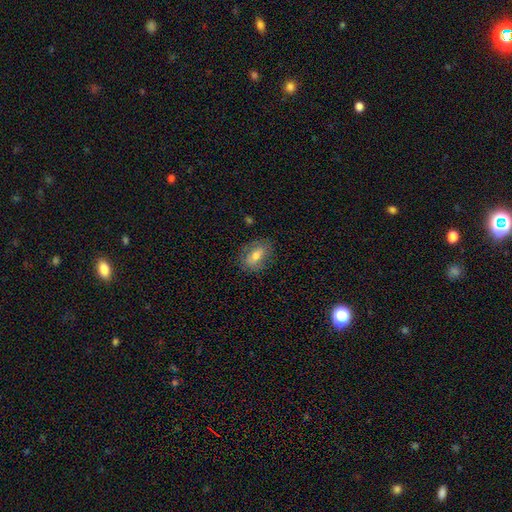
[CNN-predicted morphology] Smooth or featured? Predicted: smooth (p=0.63). How rounded? Predicted: in between (p=0.78). Merging? Predicted: none (p=0.80).